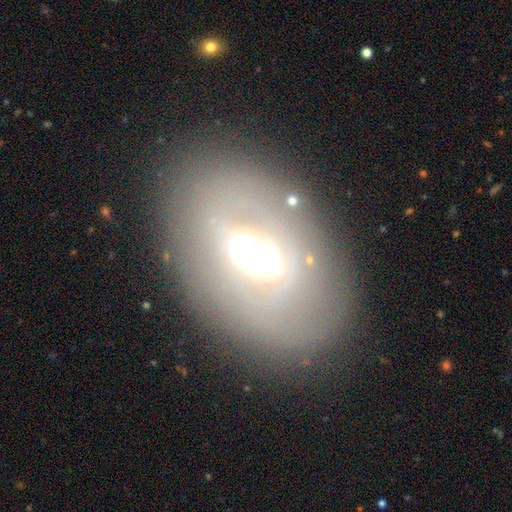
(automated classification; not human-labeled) This appears to be a featured or disk galaxy (59%) with no bar (47%), no spiral arms (71%) and a moderate central bulge (58%). Merging: none (80%).